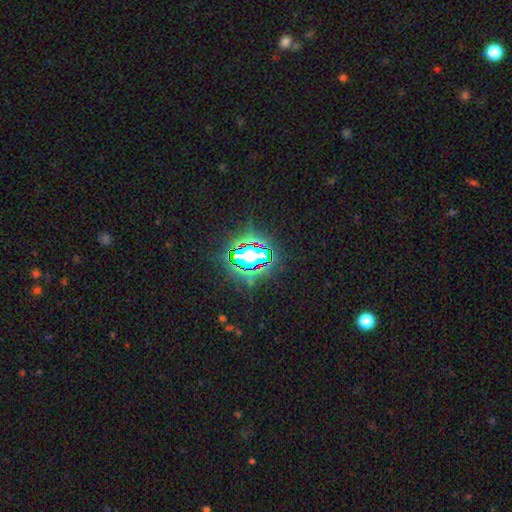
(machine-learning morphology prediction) Overall: star or artifact (76%).